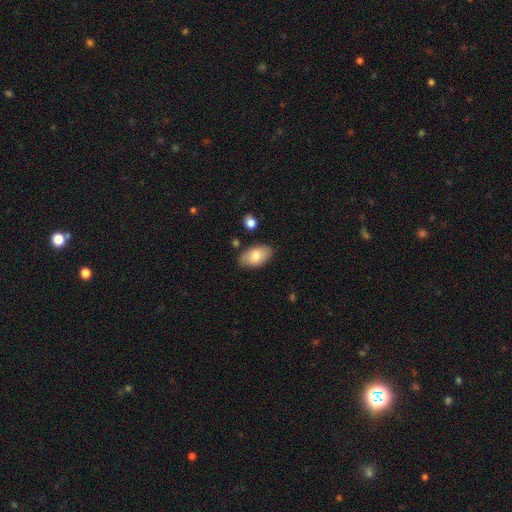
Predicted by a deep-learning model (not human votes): Smooth or featured: smooth — 77% (featured or disk — 17%)
How rounded: in between — 94% (round — 5%)
Merging: none — 80% (minor disturbance — 14%)